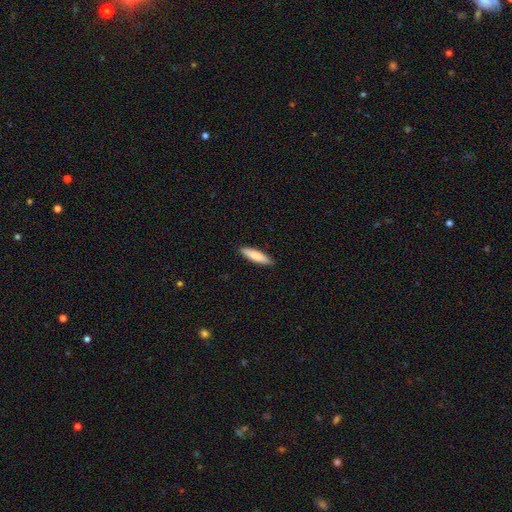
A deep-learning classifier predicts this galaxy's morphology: type=smooth (80%); roundness=cigar-shaped (71%); merging=none (90%).